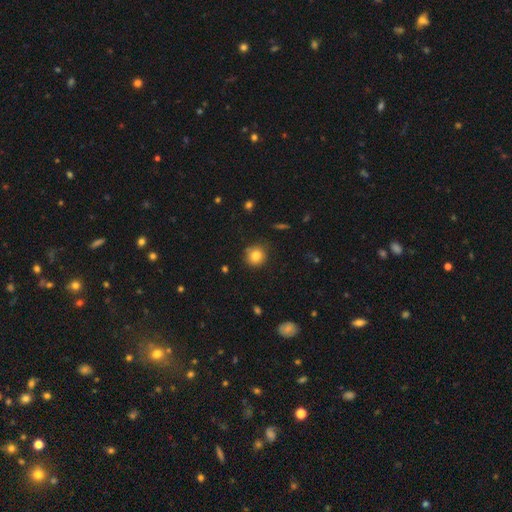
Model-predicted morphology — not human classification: Q: Smooth or featured?
A: smooth (83%); runner-up: star or artifact (11%)
Q: How rounded?
A: round (91%); runner-up: in between (8%)
Q: Merging?
A: none (85%); runner-up: minor disturbance (11%)